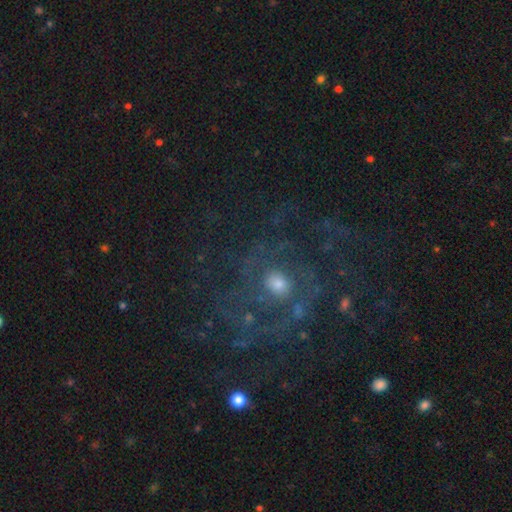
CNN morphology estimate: The model was most divided on "spiral arm count": can't tell: 36%, 2: 26%, 3: 14%, 4: 9%, more than 4: 8%, 1: 7%. More confident: edge-on disk — no (97%); spiral arms — yes (88%); smooth or featured — featured or disk (75%); bar — no (73%); merging — none (72%); bulge size — moderate (55%); spiral winding — tight (52%).